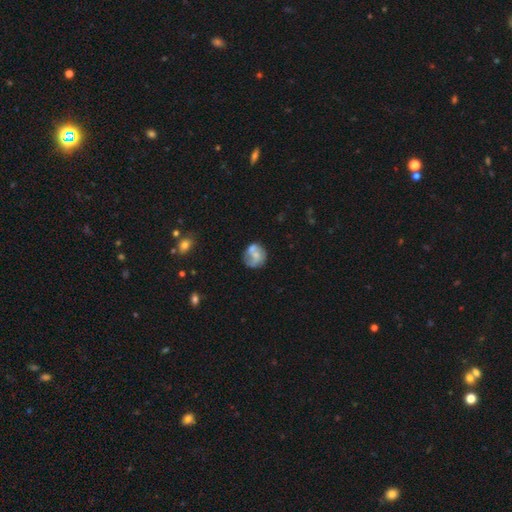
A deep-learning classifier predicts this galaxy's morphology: type=featured or disk (47%); merging=none (48%).